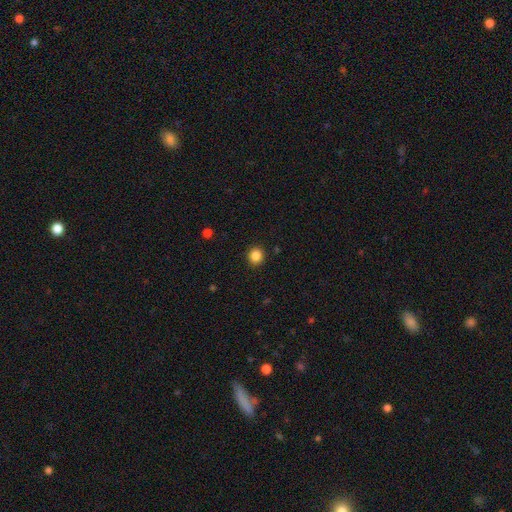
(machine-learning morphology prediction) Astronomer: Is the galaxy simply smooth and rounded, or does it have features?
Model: smooth — 86%.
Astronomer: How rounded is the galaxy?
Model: round — 87%.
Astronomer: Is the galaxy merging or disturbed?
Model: none — 91%.